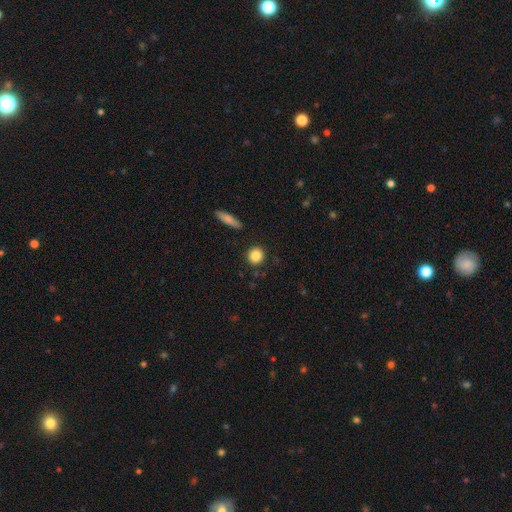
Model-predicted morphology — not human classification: smooth 86%, star or artifact 9%, featured or disk 6%. Down the decision tree: how rounded — round (90%); merging — none (89%).